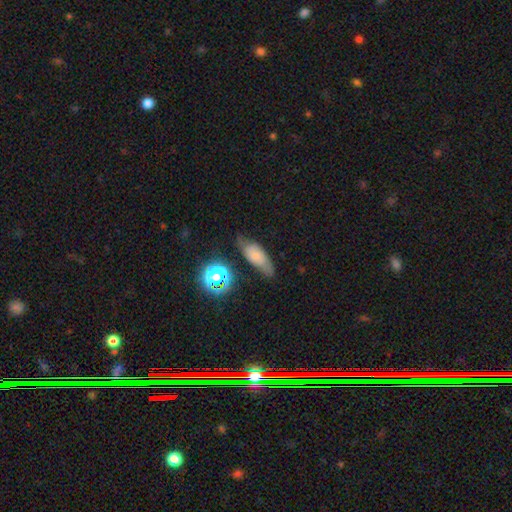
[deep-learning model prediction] The model was most divided on "merging": none: 58%, minor disturbance: 29%, major disturbance: 10%, merger: 4%. More confident: how rounded — in between (73%); smooth or featured — smooth (59%).